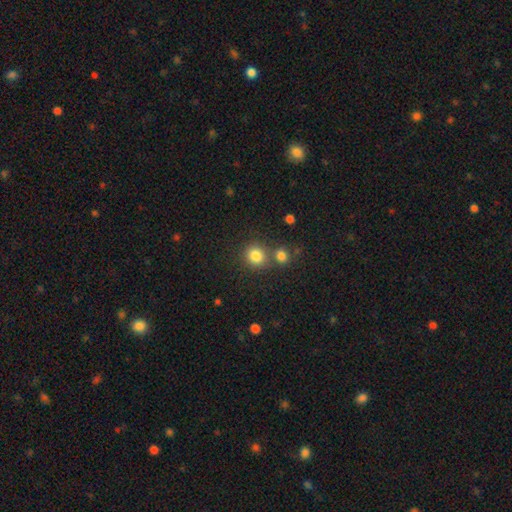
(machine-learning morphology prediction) This appears to be a smooth galaxy with no disk features (82%) that is round (79%). Merging: none (64%).